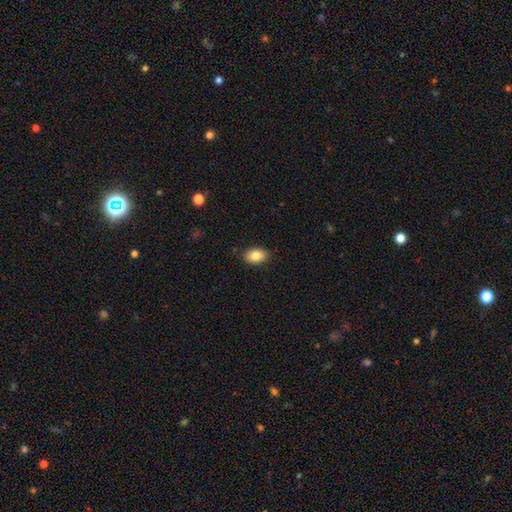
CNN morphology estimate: smooth_or_featured: smooth (p=0.84) [alt: featured or disk p=0.08]
how_rounded: in between (p=0.88) [alt: round p=0.11]
merging: none (p=0.88) [alt: minor disturbance p=0.09]